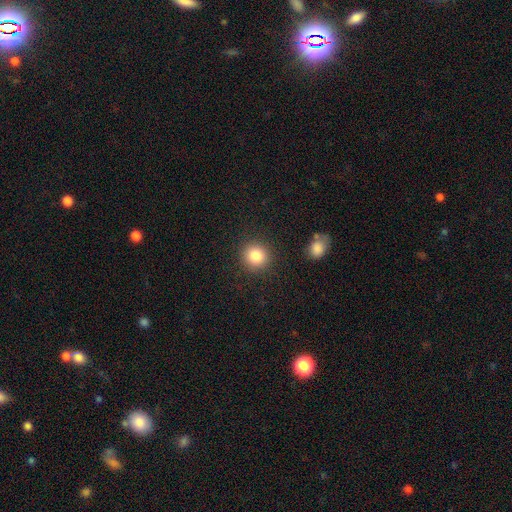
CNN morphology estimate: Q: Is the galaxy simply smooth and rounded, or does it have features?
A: smooth — 83%.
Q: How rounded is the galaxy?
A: round — 92%.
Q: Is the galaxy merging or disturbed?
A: none — 89%.